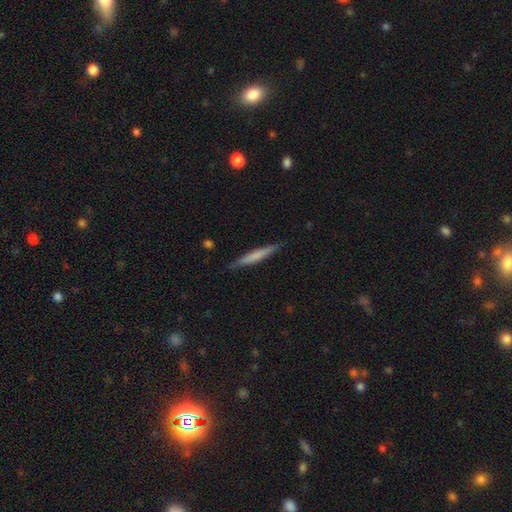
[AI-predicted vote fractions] Smooth or featured? smooth (60%)
How rounded? cigar-shaped (95%)
Merging? none (86%)